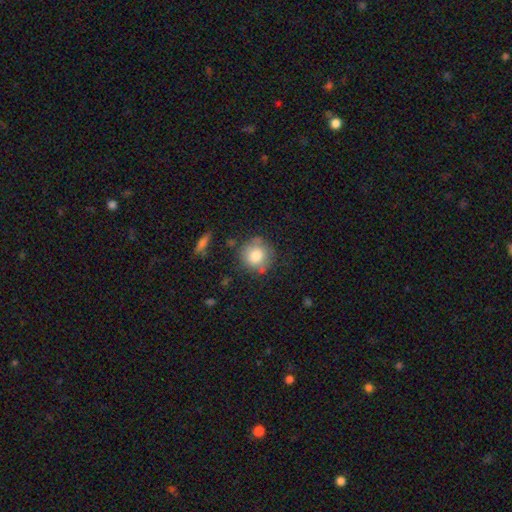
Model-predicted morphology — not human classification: This is likely a smooth galaxy (78%). How rounded: clearly round (89%). Merging: likely none (71%).